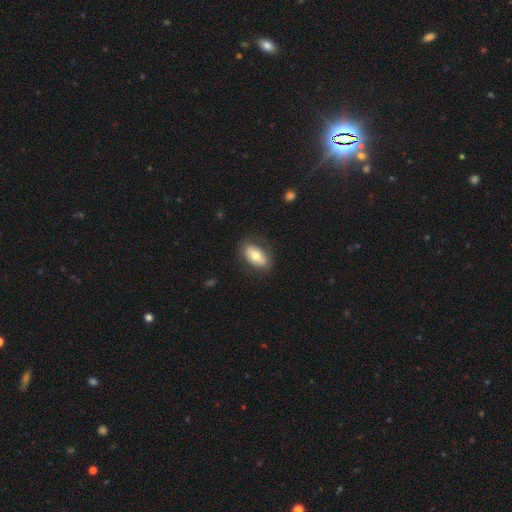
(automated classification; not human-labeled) Overall: smooth (64%; featured or disk 30%). How rounded: in between (91%). Merging: none (79%).